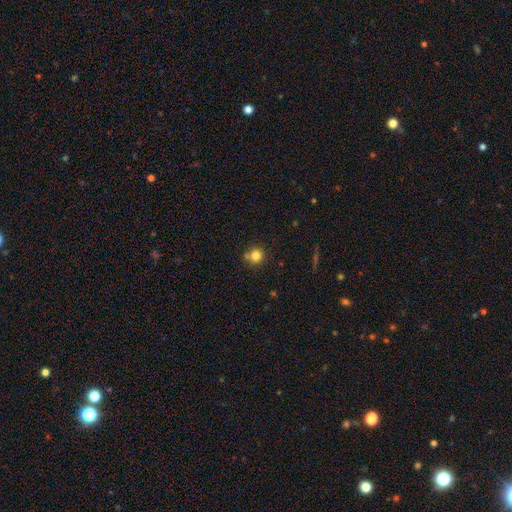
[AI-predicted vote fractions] The model was most divided on "merging": none: 71%, merger: 15%, minor disturbance: 11%, major disturbance: 3%. More confident: how rounded — round (90%); smooth or featured — smooth (80%).